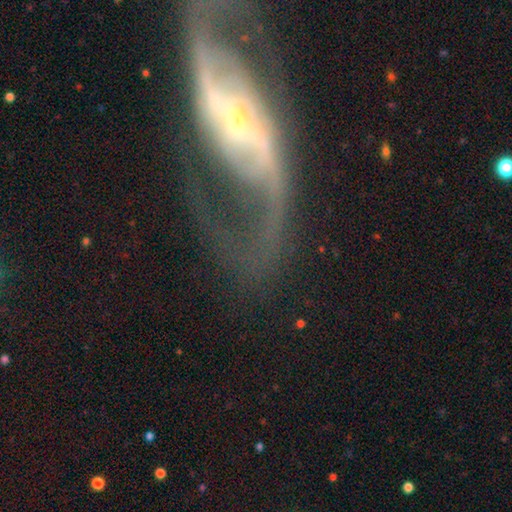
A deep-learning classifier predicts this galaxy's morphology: A featured or disk galaxy (88%) with a strong bar (41%), 2 (92%) loose (66%) spiral arms (94%) and a small central bulge (78%).

Vote fractions:
- Smooth or featured? featured or disk: 88% / star or artifact: 7% / smooth: 5%
- Edge-on disk? no: 93% / yes: 7%
- Bar? strong: 41% / weak: 31% / no: 27%
- Spiral arms? yes: 94% / no: 6%
- Spiral winding? loose: 66% / medium: 25% / tight: 9%
- Spiral arm count? 2: 92% / can't tell: 3% / 1: 2% / 3: 1% / 4: 1% / more than 4: 1%
- Bulge size? small: 78% / moderate: 16% / large: 2% / none: 2% / dominant: 1%
- Merging? none: 65% / major disturbance: 16% / minor disturbance: 14% / merger: 5%